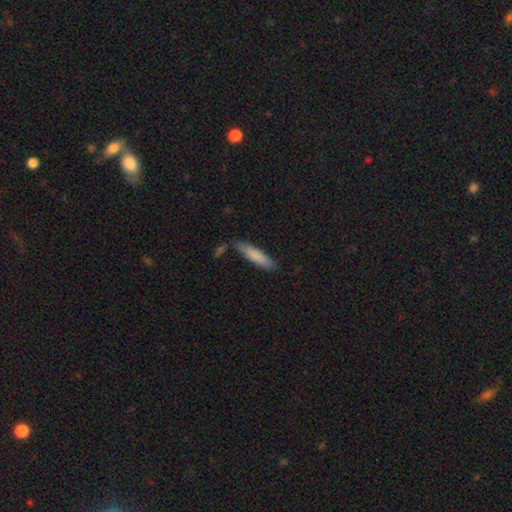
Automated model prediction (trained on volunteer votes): A smooth galaxy with no disk features (81%) that is cigar-shaped (80%).

Vote fractions:
- Smooth or featured? smooth: 81% / featured or disk: 13% / star or artifact: 6%
- How rounded? cigar-shaped: 80% / in between: 19% / round: 1%
- Merging? none: 74% / minor disturbance: 17% / merger: 5% / major disturbance: 4%